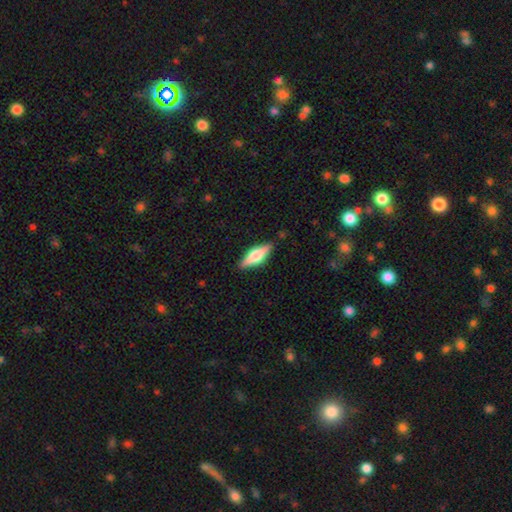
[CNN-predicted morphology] Smooth or featured? featured or disk (49%)
Merging? none (87%)